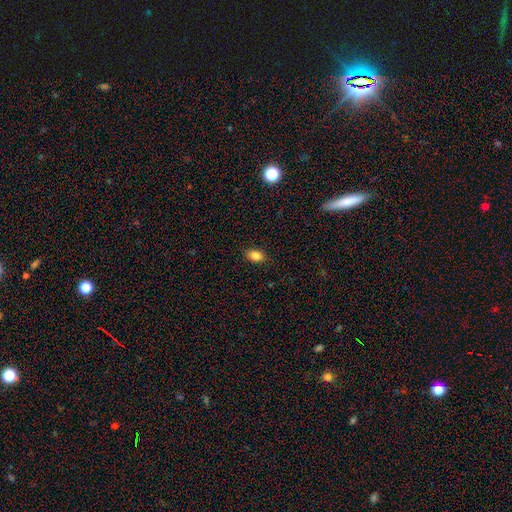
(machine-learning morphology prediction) Overall: smooth (85%). How rounded: in between (84%). Merging: none (87%).